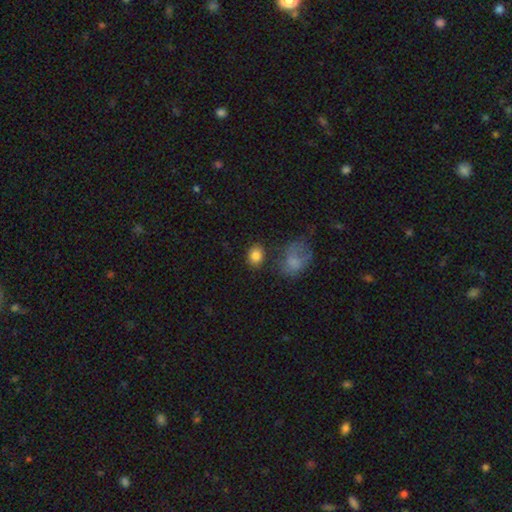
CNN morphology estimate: A smooth galaxy with no disk features (84%) that is in between round and cigar-shaped (53%).

Vote fractions:
- Smooth or featured? smooth: 84% / star or artifact: 9% / featured or disk: 7%
- How rounded? in between: 53% / round: 45% / cigar-shaped: 1%
- Merging? none: 75% / minor disturbance: 12% / merger: 8% / major disturbance: 5%